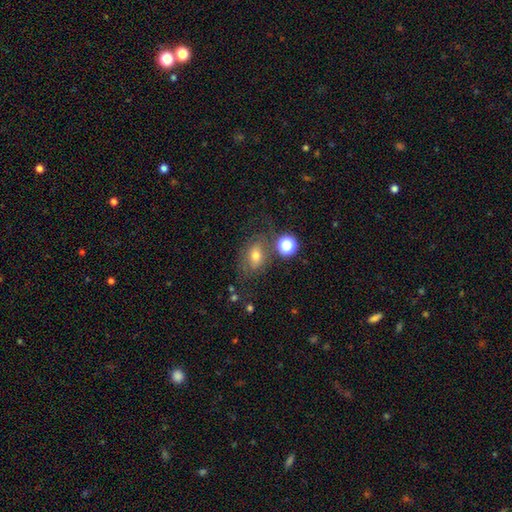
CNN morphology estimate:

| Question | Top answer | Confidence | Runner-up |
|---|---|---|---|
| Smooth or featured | smooth | 58% | featured or disk (25%) |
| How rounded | in between | 68% | round (30%) |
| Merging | none | 57% | minor disturbance (20%) |